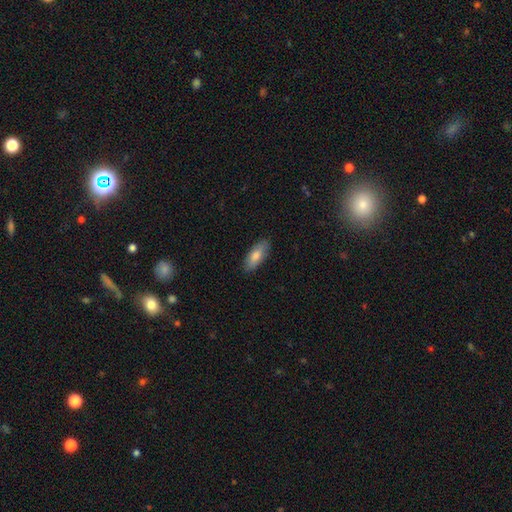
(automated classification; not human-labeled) A smooth galaxy with no disk features (77%) that is in between round and cigar-shaped (72%). Merging: none (88%).